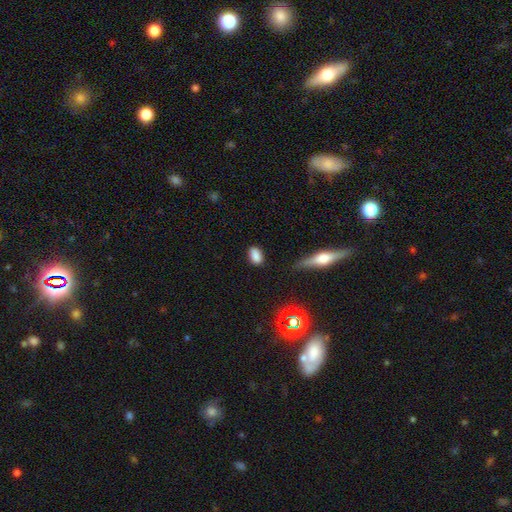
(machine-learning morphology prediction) Overall: smooth (84%). How rounded: in between (87%). Merging: none (79%).